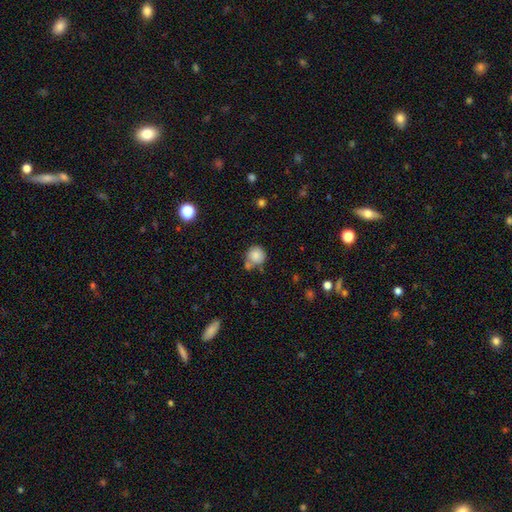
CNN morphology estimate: smooth-or-featured: smooth: 84% | star or artifact: 9% | featured or disk: 7%
  how-rounded: round: 90% | in between: 9% | cigar-shaped: 1%
  merging: none: 60% | merger: 20% | minor disturbance: 16% | major disturbance: 5%